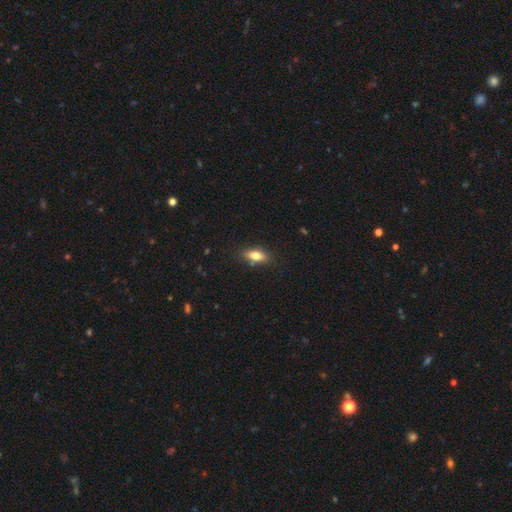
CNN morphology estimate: A smooth galaxy with no disk features (70%) that is in between round and cigar-shaped (74%). Merging: none (84%).